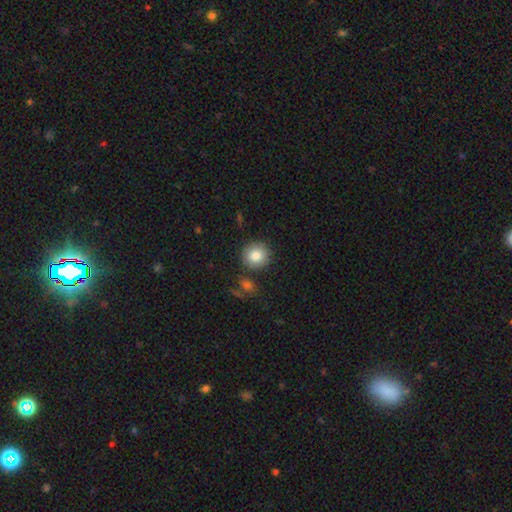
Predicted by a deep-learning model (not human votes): smooth 83%, star or artifact 9%, featured or disk 8%. Down the decision tree: how rounded — round (92%); merging — none (84%).